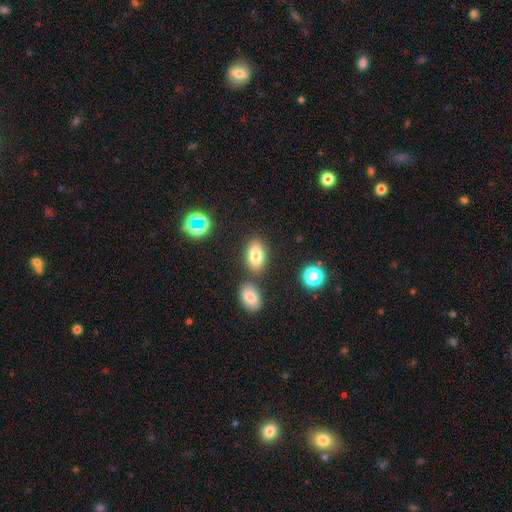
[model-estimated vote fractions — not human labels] Smooth or featured?
  - smooth: 78% *
  - featured or disk: 11%
  - star or artifact: 11%
How rounded?
  - in between: 88% *
  - round: 9%
  - cigar-shaped: 3%
Merging?
  - none: 74% *
  - merger: 12%
  - minor disturbance: 10%
  - major disturbance: 3%